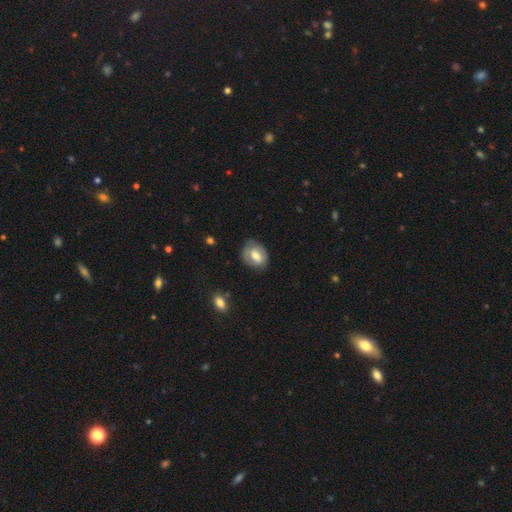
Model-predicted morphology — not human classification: smooth_or_featured: smooth (p=0.60) [alt: featured or disk p=0.33]
how_rounded: in between (p=0.63) [alt: round p=0.35]
merging: none (p=0.70) [alt: minor disturbance p=0.22]